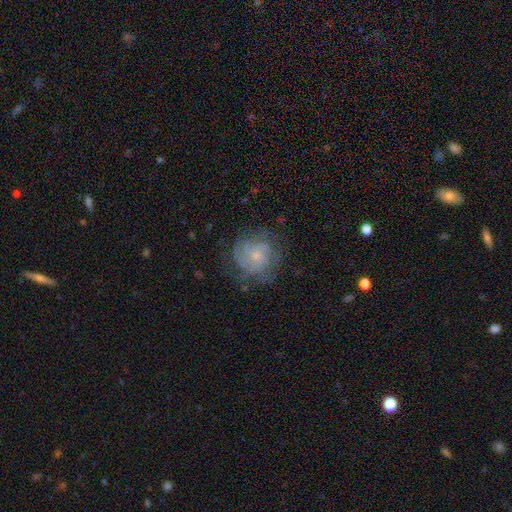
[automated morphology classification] Smooth or featured: featured or disk — 67% (smooth — 25%)
Edge-on disk: no — 98% (yes — 2%)
Bar: no — 80% (weak — 18%)
Spiral arms: yes — 85% (no — 15%)
Spiral winding: tight — 61% (medium — 29%)
Spiral arm count: can't tell — 46% (2 — 18%)
Bulge size: small — 68% (moderate — 25%)
Merging: none — 67% (minor disturbance — 20%)